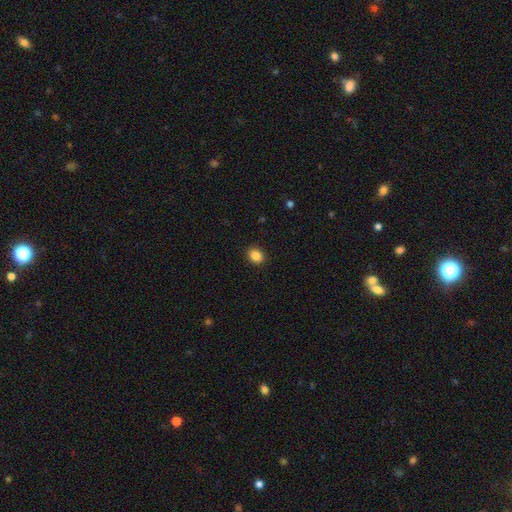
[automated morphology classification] smooth_or_featured: smooth (p=0.86) [alt: star or artifact p=0.10]
how_rounded: round (p=0.53) [alt: in between p=0.46]
merging: none (p=0.91) [alt: minor disturbance p=0.06]